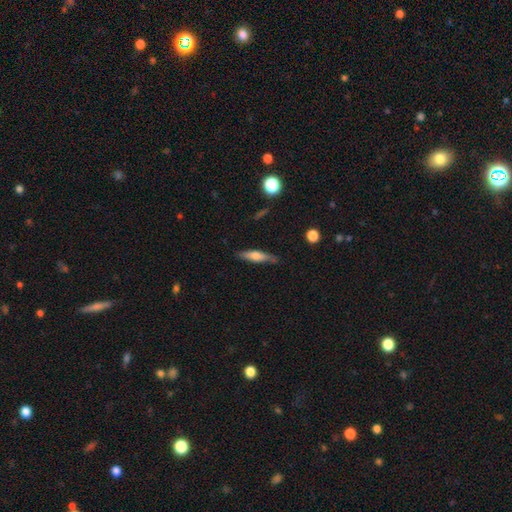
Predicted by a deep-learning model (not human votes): Smooth or featured: smooth — 56% (featured or disk — 37%)
How rounded: cigar-shaped — 74% (in between — 23%)
Merging: none — 78% (minor disturbance — 17%)